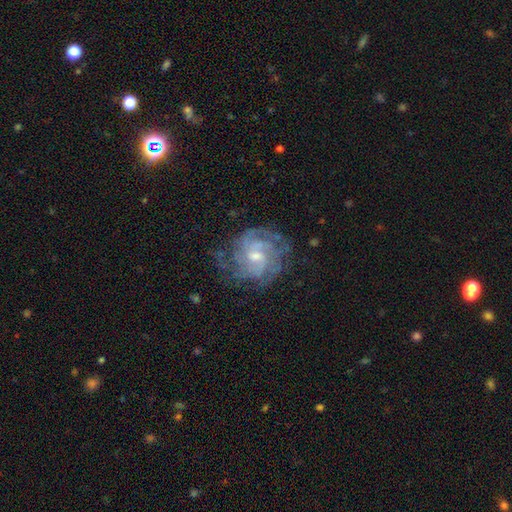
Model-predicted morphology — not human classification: Smooth or featured: featured or disk — 83% (smooth — 9%)
Edge-on disk: no — 98% (yes — 2%)
Bar: weak — 50% (no — 40%)
Spiral arms: yes — 93% (no — 7%)
Spiral winding: tight — 58% (medium — 33%)
Spiral arm count: can't tell — 39% (4 — 17%)
Bulge size: small — 47% (moderate — 46%)
Merging: none — 70% (minor disturbance — 18%)